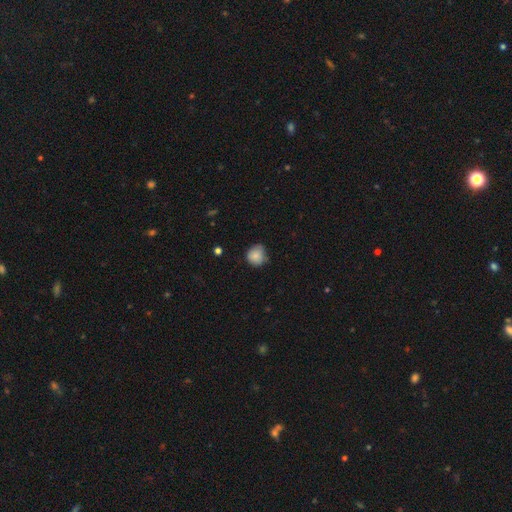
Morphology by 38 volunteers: Smooth or featured? smooth (89%)
How rounded? round (88%)
Merging? none (70%)